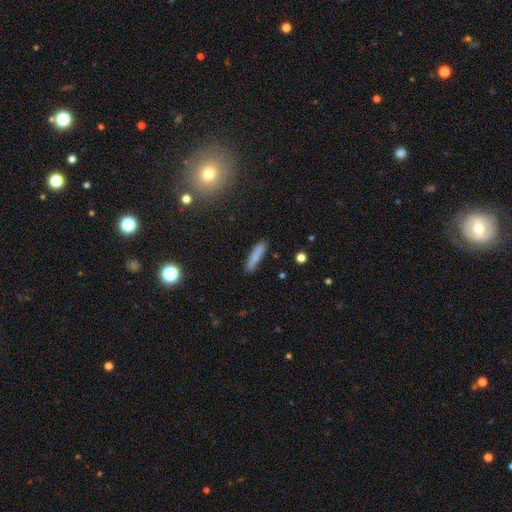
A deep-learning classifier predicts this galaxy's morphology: smooth 79%, featured or disk 13%, star or artifact 8%. Down the decision tree: how rounded — cigar-shaped (83%); merging — none (83%).